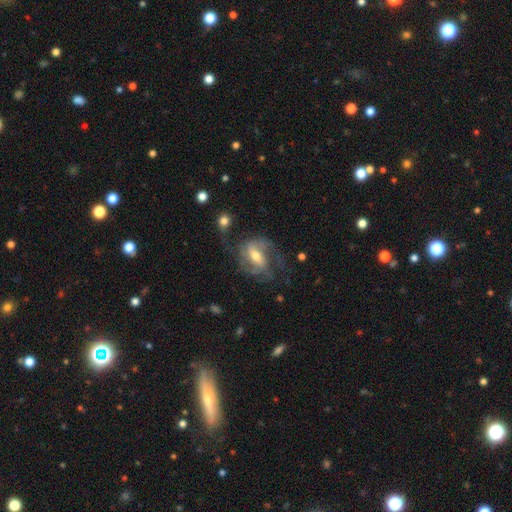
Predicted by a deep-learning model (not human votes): Morphology: type=featured or disk (83%); edge-on=no (96%); bar=weak (49%); spiral arms=yes (94%); winding=medium (50%); arm count=2 (51%); bulge=moderate (61%); merging=none (54%).